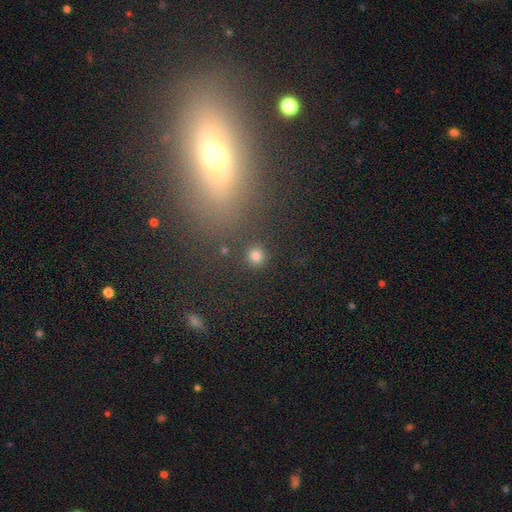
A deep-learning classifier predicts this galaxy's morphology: A smooth galaxy with no disk features (81%) that is round (93%). Merging: none (86%).